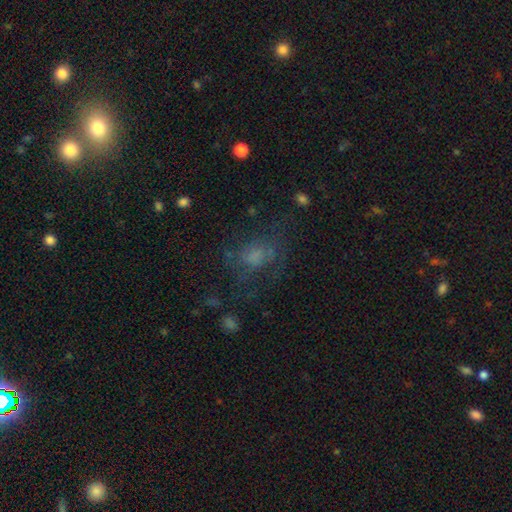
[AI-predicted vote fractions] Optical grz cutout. It shows a smooth galaxy with no disk features (49%). Merging: none (50%).